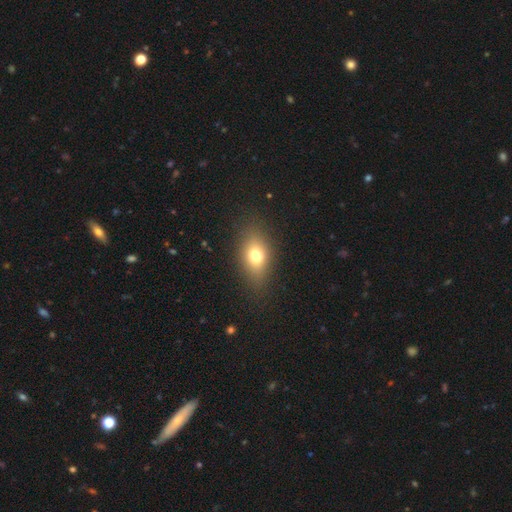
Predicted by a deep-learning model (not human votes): Morphology: type=smooth (73%); roundness=in between (77%); merging=none (82%).